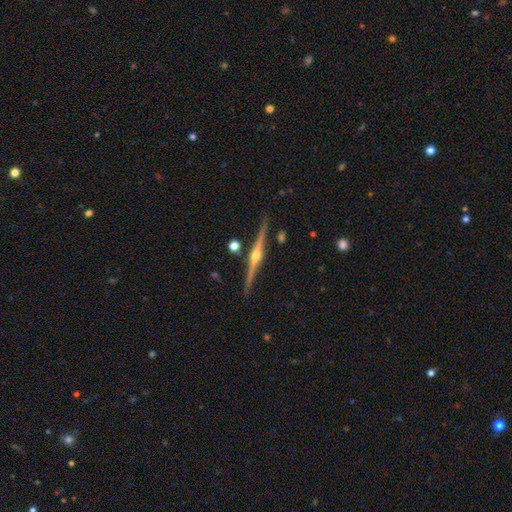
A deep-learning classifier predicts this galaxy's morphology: Overall: featured or disk (86%). Edge-on disk: yes (98%). Edge-on bulge: rounded (94%). Merging: none (88%).